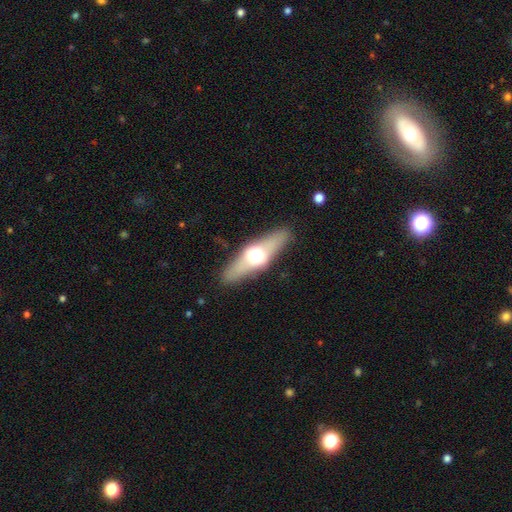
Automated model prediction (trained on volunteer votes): This is possibly a featured or disk galaxy (55%). It is clearly viewed edge-on (84%). Merging: clearly none (87%).